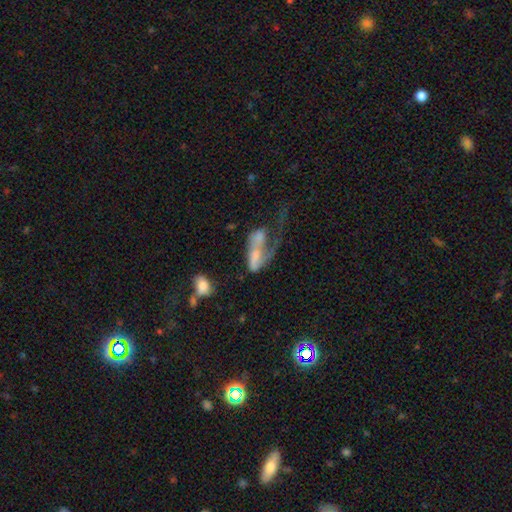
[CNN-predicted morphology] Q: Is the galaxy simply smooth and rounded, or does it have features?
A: featured or disk — 47%.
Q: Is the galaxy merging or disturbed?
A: major disturbance — 50%.